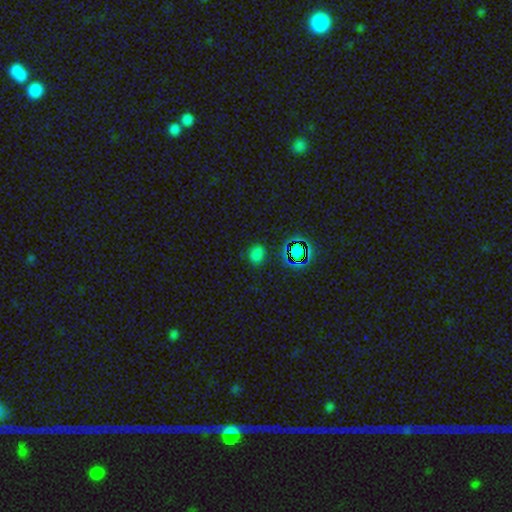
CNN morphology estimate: type=smooth (67%); roundness=round (58%); merging=none (84%).